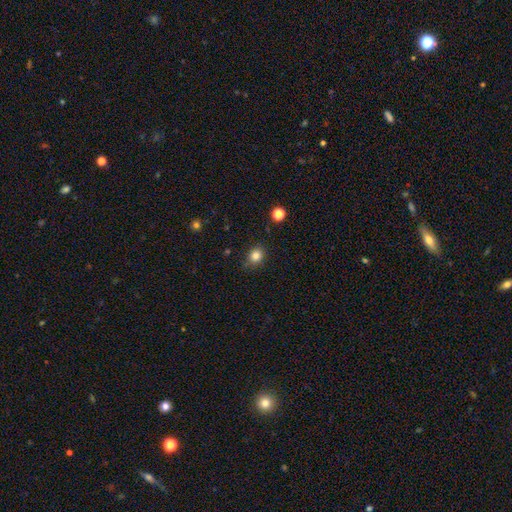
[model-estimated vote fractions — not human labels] Smooth or featured: smooth — 83% (star or artifact — 12%)
How rounded: round — 68% (in between — 31%)
Merging: none — 80% (minor disturbance — 14%)